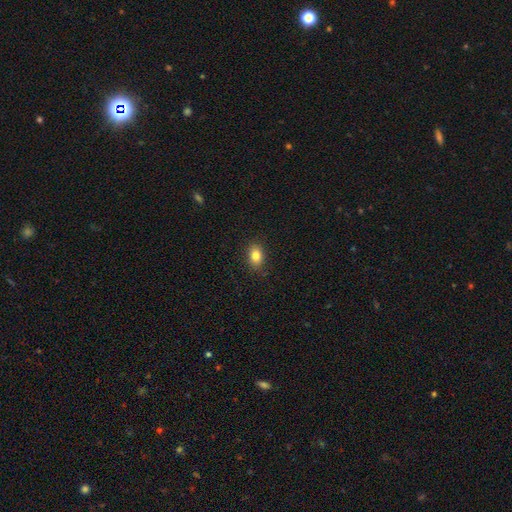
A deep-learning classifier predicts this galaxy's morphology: The model was most divided on "how rounded": in between: 78%, round: 21%, cigar-shaped: 2%. More confident: merging — none (87%); smooth or featured — smooth (83%).